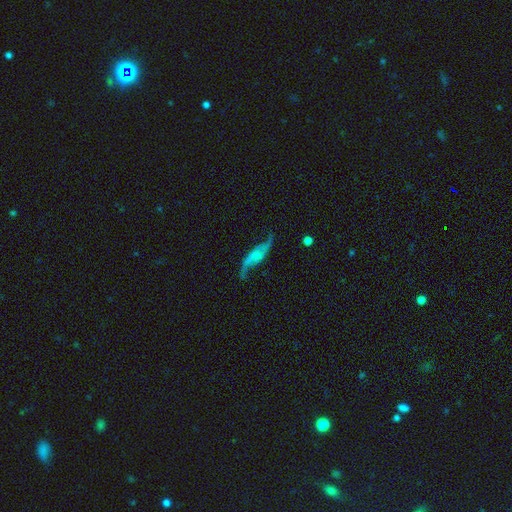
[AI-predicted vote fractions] Morphology: type=featured or disk (81%); edge-on=no (88%); bar=no (47%); spiral arms=yes (93%); winding=loose (89%); arm count=2 (92%); bulge=none (39%); merging=none (67%).